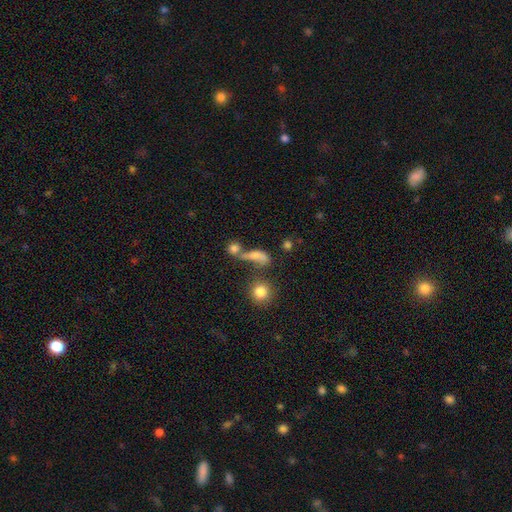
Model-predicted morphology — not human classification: type=smooth (57%); roundness=in between (44%); merging=none (37%).